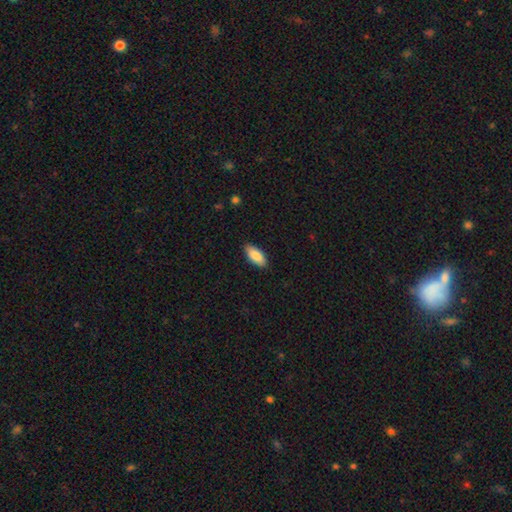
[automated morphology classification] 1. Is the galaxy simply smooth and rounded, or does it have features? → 86% smooth, 8% featured or disk, 6% star or artifact.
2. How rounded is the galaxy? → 87% in between, 11% cigar-shaped, 2% round.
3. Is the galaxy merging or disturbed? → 88% none, 10% minor disturbance, 2% major disturbance, 1% merger.